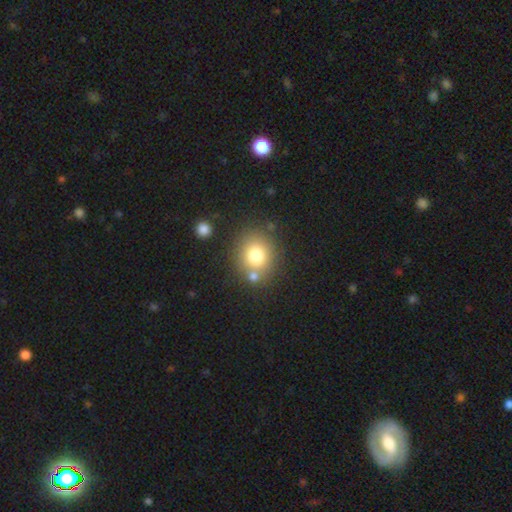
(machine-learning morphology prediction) Smooth or featured? smooth (77%)
How rounded? round (73%)
Merging? none (70%)